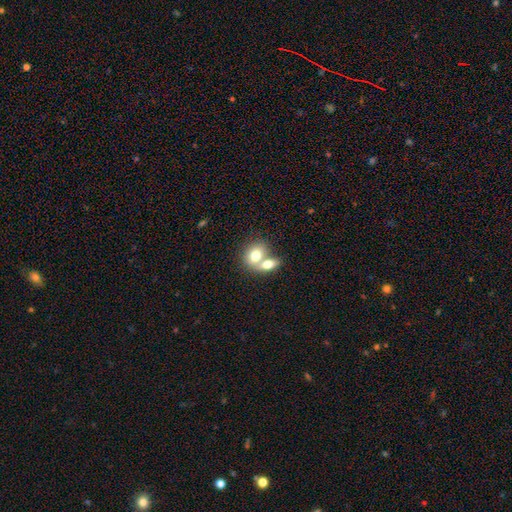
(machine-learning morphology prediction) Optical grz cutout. It shows a smooth galaxy with no disk features (74%) that is in between round and cigar-shaped (66%). Merging: merger (66%).